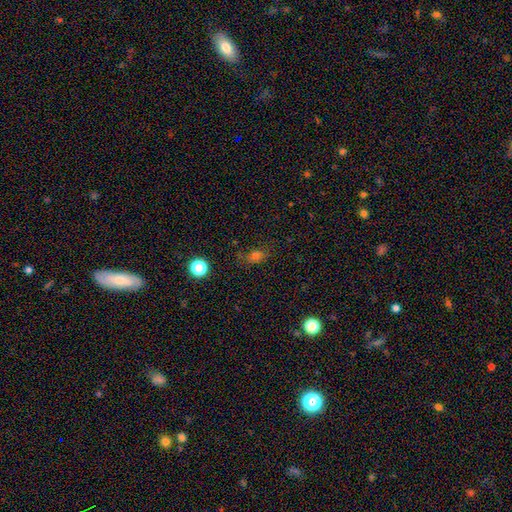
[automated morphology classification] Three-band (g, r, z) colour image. It shows a smooth galaxy with no disk features (64%) that is in between round and cigar-shaped (59%). Merging: none (69%).